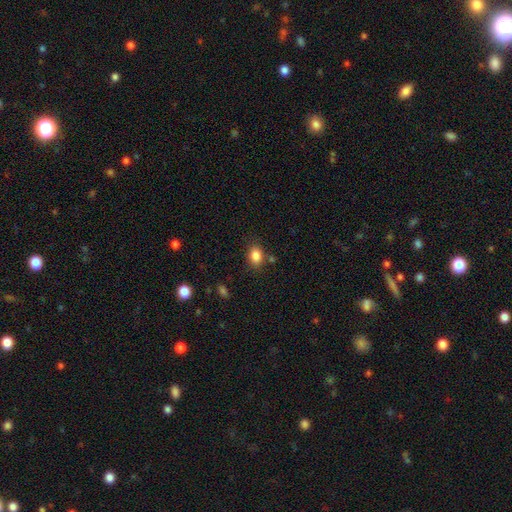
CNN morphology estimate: A smooth galaxy with no disk features (85%) that is in between round and cigar-shaped (70%). Merging: none (79%).